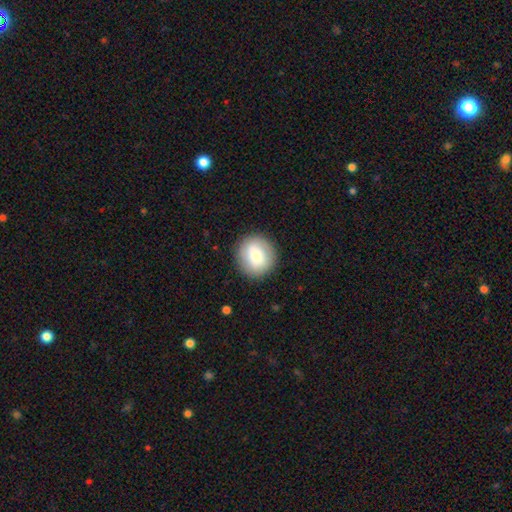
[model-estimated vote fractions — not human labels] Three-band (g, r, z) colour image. It shows a smooth galaxy with no disk features (75%) that is round (89%). Merging: none (88%).